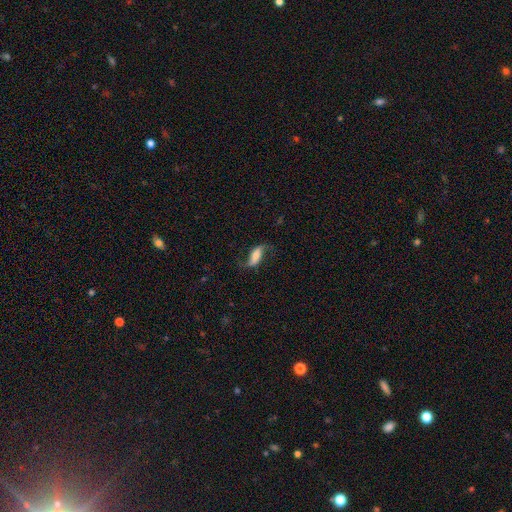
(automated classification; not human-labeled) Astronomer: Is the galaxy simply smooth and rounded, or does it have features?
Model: featured or disk — 62%.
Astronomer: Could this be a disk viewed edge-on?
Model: no — 87%.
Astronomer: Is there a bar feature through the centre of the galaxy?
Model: strong — 36% (runner-up: no, 34%).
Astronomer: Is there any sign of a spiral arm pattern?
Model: yes — 91%.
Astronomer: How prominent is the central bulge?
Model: small — 27% (runner-up: moderate, 26%).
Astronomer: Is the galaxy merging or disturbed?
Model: none — 68%.